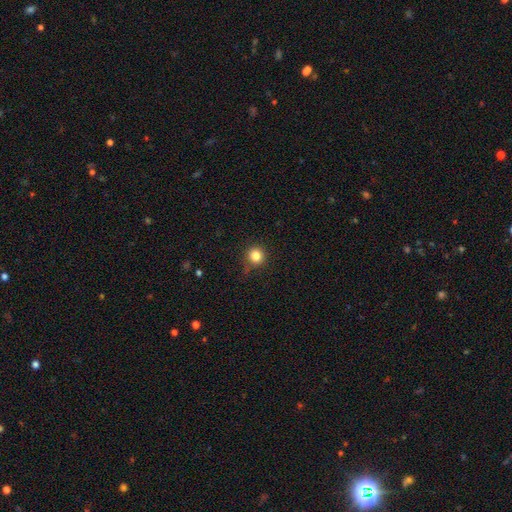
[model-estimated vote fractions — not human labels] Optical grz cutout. It shows a smooth galaxy with no disk features (83%) that is round (93%). Merging: none (81%).